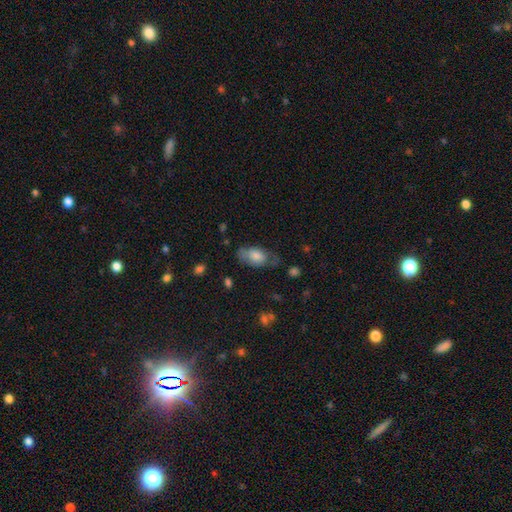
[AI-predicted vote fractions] Smooth or featured: smooth — 61% (featured or disk — 31%)
How rounded: in between — 90% (round — 6%)
Merging: none — 53% (minor disturbance — 30%)